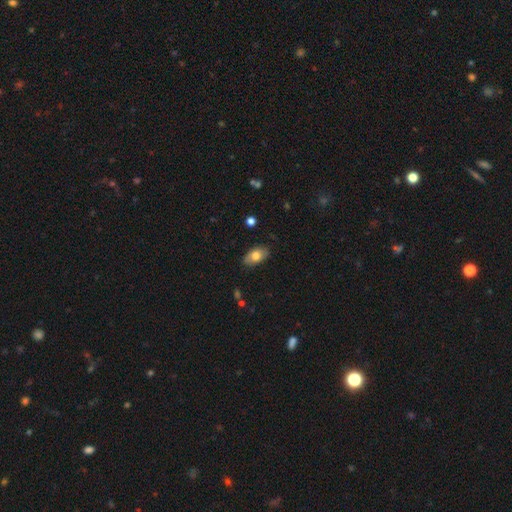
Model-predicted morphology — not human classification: A smooth galaxy with no disk features (73%) that is in between round and cigar-shaped (92%). Merging: none (82%).